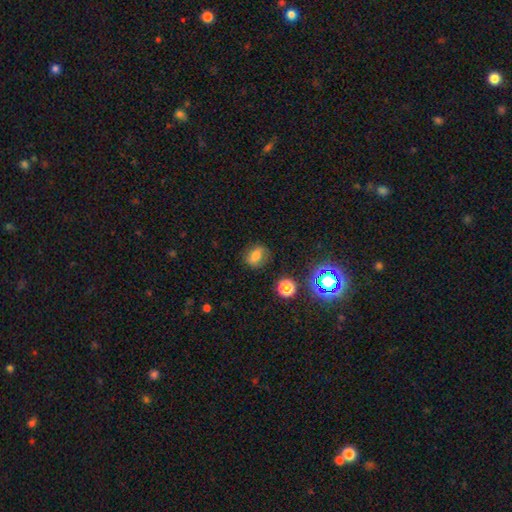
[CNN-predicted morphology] This is likely a smooth galaxy (68%). How rounded: possibly in between (56%). Merging: likely none (79%).